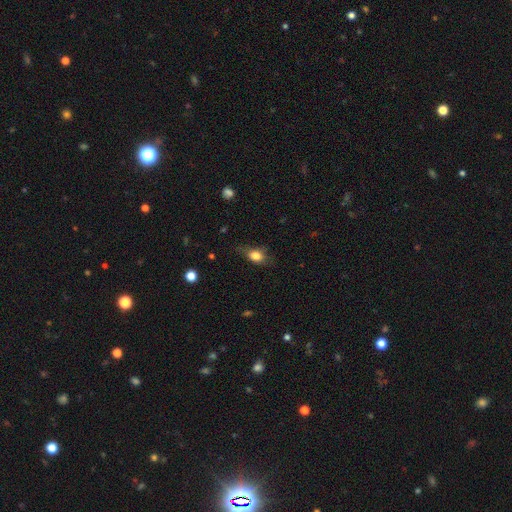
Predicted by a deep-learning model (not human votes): The model was most divided on "merging": none: 59%, minor disturbance: 29%, major disturbance: 11%, merger: 2%. More confident: smooth or featured — smooth (79%); how rounded — in between (69%).